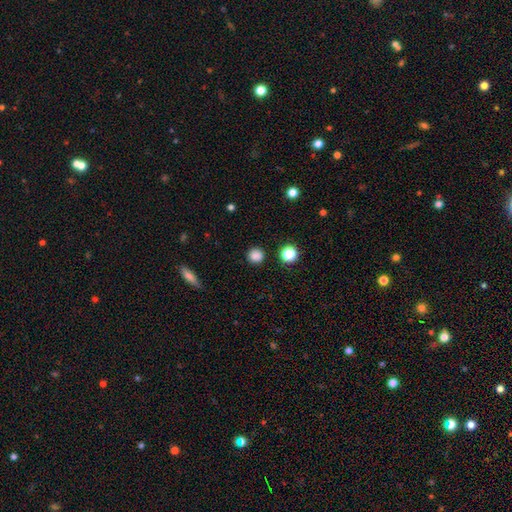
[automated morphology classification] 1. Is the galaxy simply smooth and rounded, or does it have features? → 84% smooth, 13% star or artifact, 4% featured or disk.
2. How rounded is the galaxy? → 93% round, 6% in between, 1% cigar-shaped.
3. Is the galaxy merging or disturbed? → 90% none, 6% minor disturbance, 2% major disturbance, 2% merger.